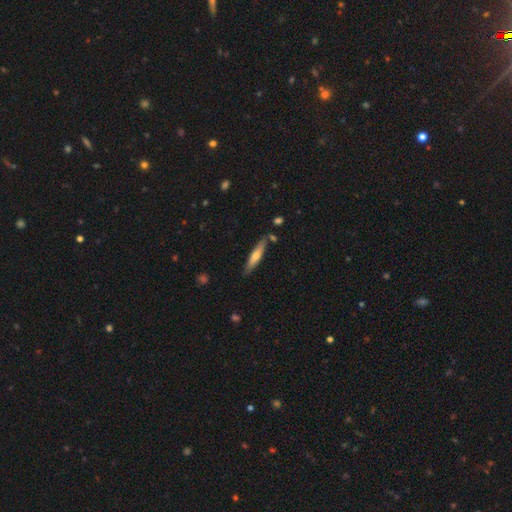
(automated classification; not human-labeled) Smooth or featured? smooth (52%)
How rounded? cigar-shaped (87%)
Merging? none (83%)